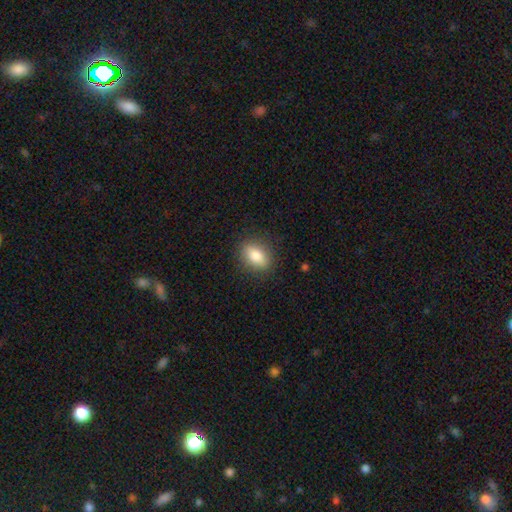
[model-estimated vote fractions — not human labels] A smooth galaxy with no disk features (81%) that is in between round and cigar-shaped (77%). Merging: none (87%).